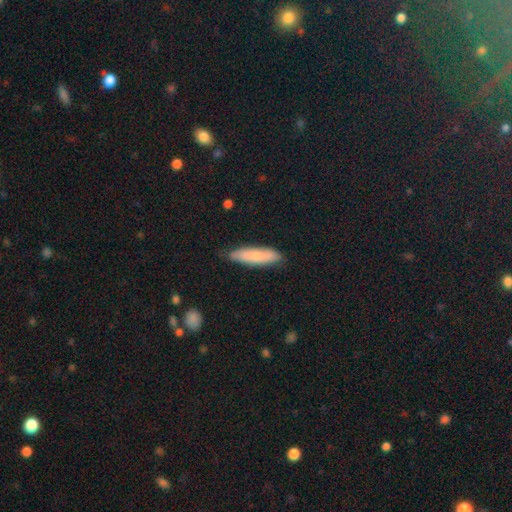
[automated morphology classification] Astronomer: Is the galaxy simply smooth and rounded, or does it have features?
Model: smooth — 75%.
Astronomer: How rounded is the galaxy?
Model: cigar-shaped — 70%.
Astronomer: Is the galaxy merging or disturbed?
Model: none — 80%.